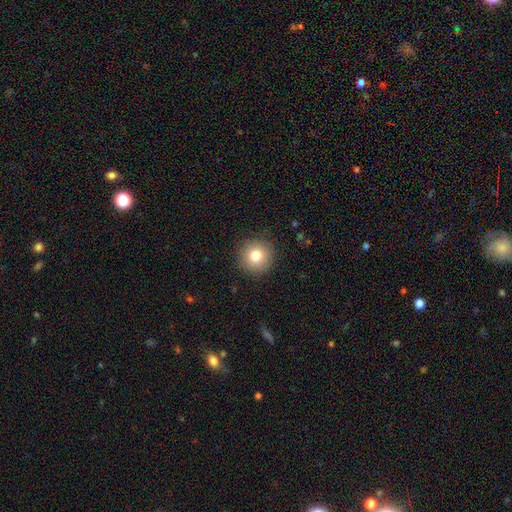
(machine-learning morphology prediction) smooth-or-featured: smooth: 80% | star or artifact: 10% | featured or disk: 9%
  how-rounded: round: 94% | in between: 5% | cigar-shaped: 1%
  merging: none: 90% | minor disturbance: 7% | major disturbance: 2% | merger: 1%